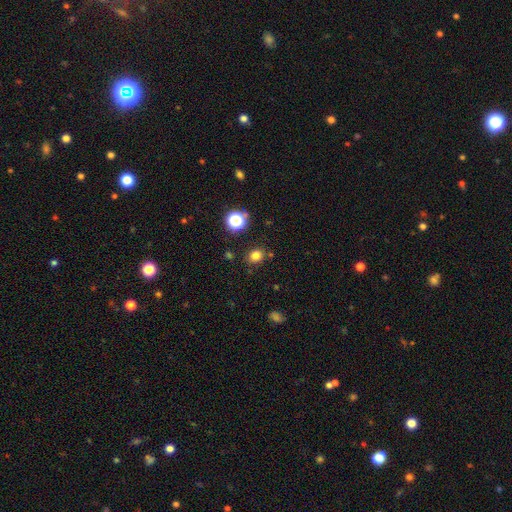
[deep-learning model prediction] This appears to be a smooth galaxy with no disk features (78%) that is round (68%). Merging: none (84%).